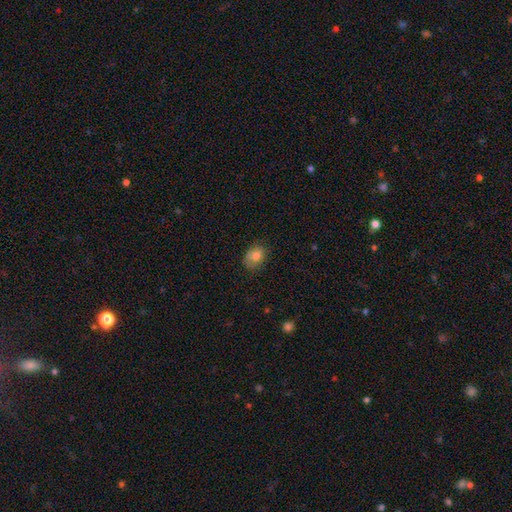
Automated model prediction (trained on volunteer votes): smooth_or_featured: smooth (p=0.80) [alt: featured or disk p=0.11]
how_rounded: in between (p=0.63) [alt: round p=0.36]
merging: none (p=0.68) [alt: minor disturbance p=0.24]